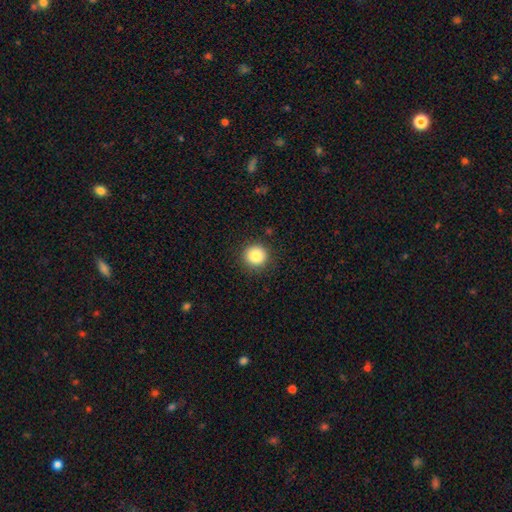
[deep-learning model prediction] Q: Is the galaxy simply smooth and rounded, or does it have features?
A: smooth — 86%.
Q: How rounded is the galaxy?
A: round — 94%.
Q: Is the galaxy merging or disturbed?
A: none — 90%.